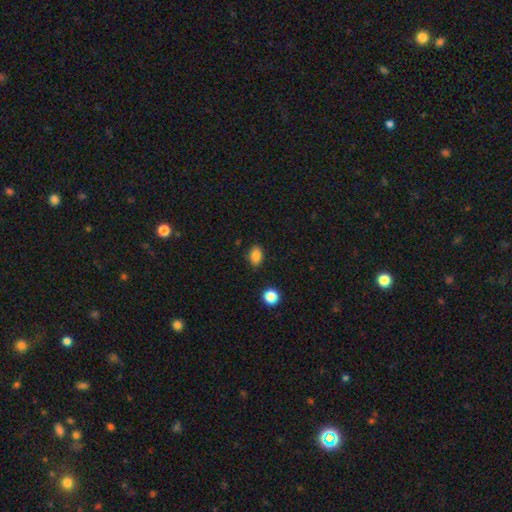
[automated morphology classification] smooth_or_featured: smooth (p=0.84) [alt: star or artifact p=0.10]
how_rounded: in between (p=0.83) [alt: round p=0.15]
merging: none (p=0.84) [alt: minor disturbance p=0.11]